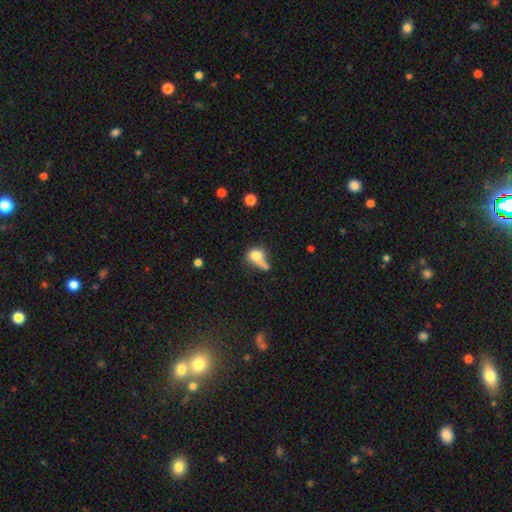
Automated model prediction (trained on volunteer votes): A smooth galaxy with no disk features (69%) that is in between round and cigar-shaped (52%). Merging: merger (32%).